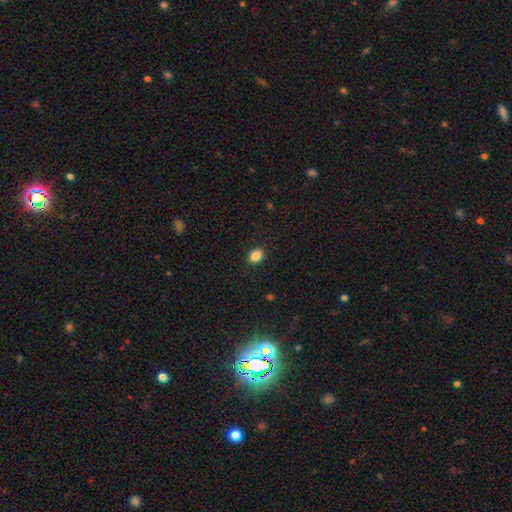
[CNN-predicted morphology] A smooth galaxy with no disk features (85%) that is in between round and cigar-shaped (53%). Merging: none (89%).